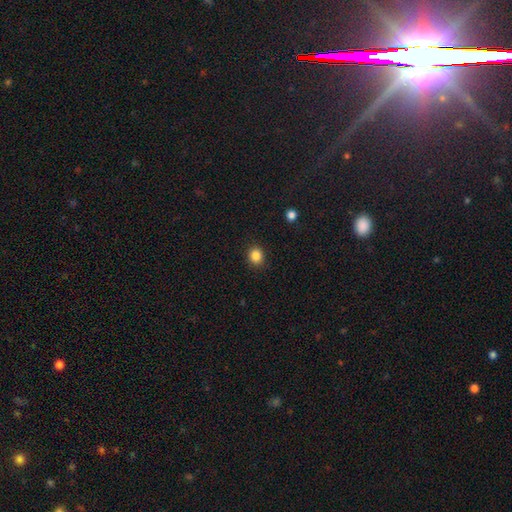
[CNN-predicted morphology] Smooth or featured? Predicted: smooth (p=0.86). How rounded? Predicted: round (p=0.74). Merging? Predicted: none (p=0.89).